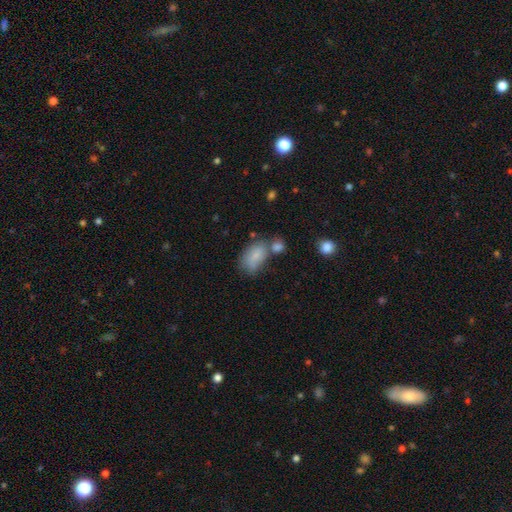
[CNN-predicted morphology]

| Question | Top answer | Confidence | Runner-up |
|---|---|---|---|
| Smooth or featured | smooth | 78% | featured or disk (14%) |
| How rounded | in between | 90% | round (7%) |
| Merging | none | 40% | merger (26%) |